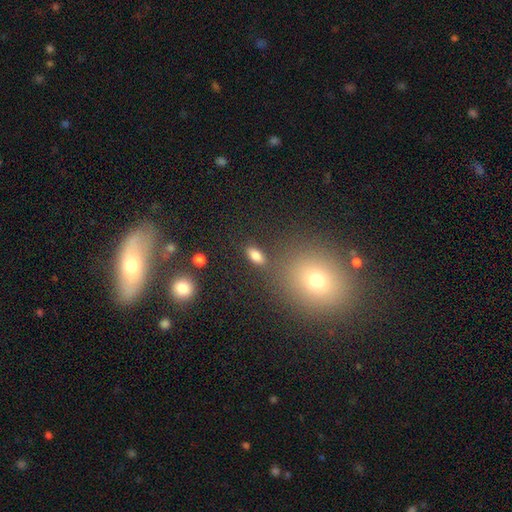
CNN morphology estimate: Smooth or featured: smooth — 81% (star or artifact — 11%)
How rounded: in between — 88% (round — 7%)
Merging: none — 81% (minor disturbance — 10%)